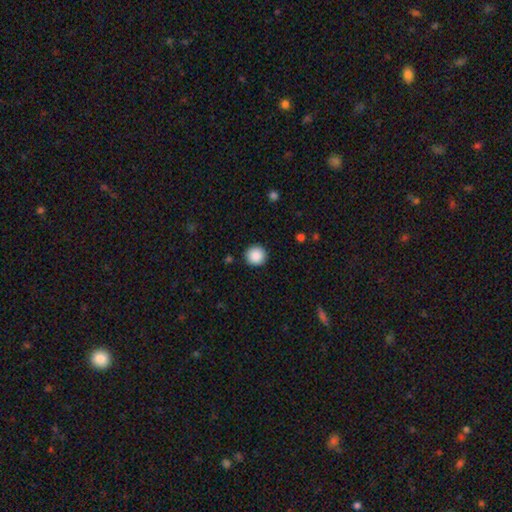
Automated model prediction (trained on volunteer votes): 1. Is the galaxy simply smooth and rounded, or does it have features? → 89% smooth, 8% star or artifact, 3% featured or disk.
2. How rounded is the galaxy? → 95% round, 4% in between, 1% cigar-shaped.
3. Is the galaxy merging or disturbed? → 92% none, 5% minor disturbance, 2% major disturbance, 1% merger.